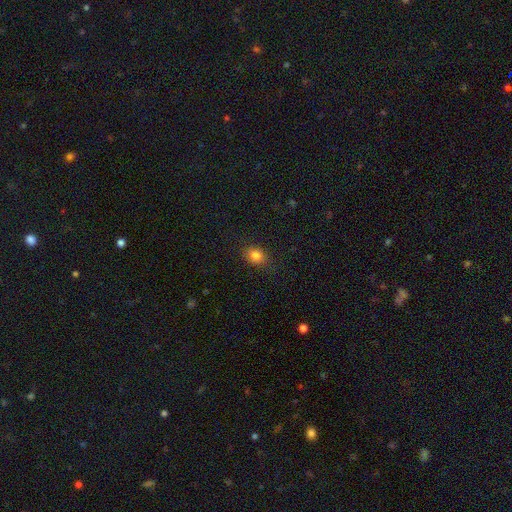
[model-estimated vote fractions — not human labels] Smooth or featured?
  - smooth: 82% *
  - star or artifact: 12%
  - featured or disk: 6%
How rounded?
  - round: 53% *
  - in between: 46%
  - cigar-shaped: 1%
Merging?
  - none: 85% *
  - minor disturbance: 11%
  - major disturbance: 3%
  - merger: 1%